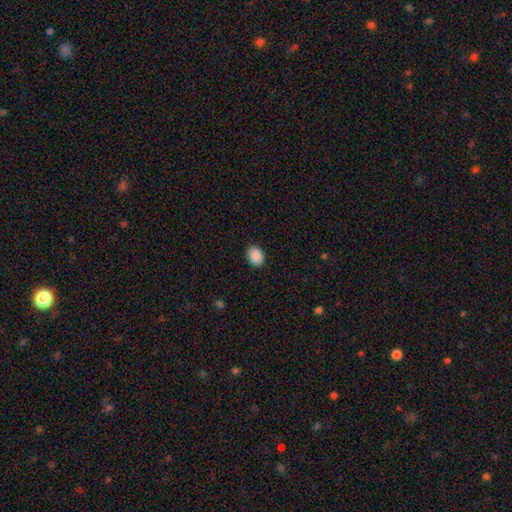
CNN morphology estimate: Smooth or featured? smooth (90%)
How rounded? in between (69%)
Merging? none (89%)